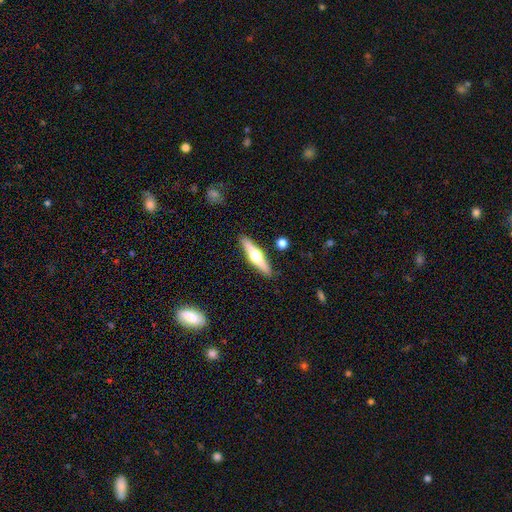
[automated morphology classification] Q: Smooth or featured?
A: featured or disk (60%); runner-up: smooth (34%)
Q: Edge-on disk?
A: yes (95%); runner-up: no (5%)
Q: Edge-on bulge?
A: rounded (95%); runner-up: boxy (3%)
Q: Merging?
A: none (89%); runner-up: minor disturbance (8%)